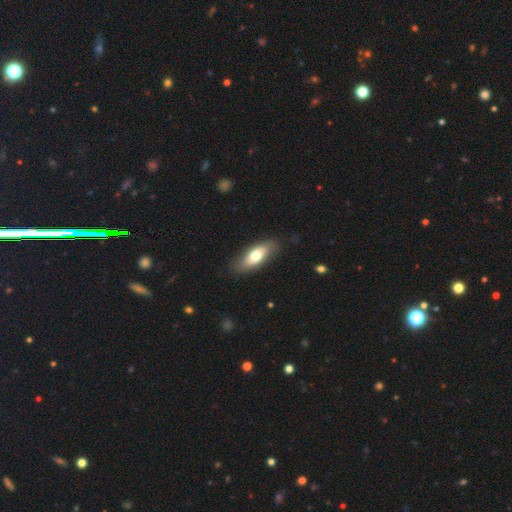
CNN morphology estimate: Smooth or featured? smooth (67%)
How rounded? in between (77%)
Merging? none (82%)